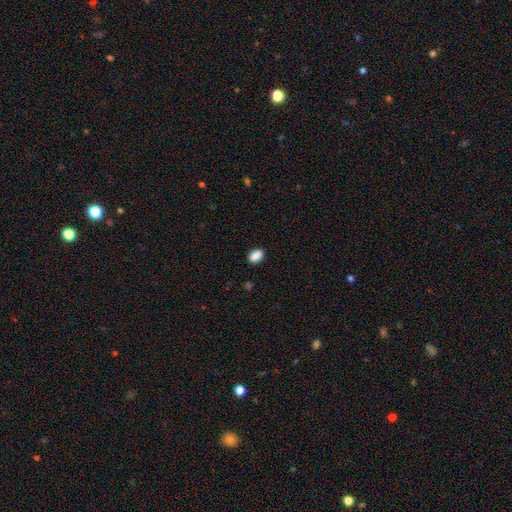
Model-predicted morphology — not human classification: Overall: smooth (89%). How rounded: in between (86%). Merging: none (88%).